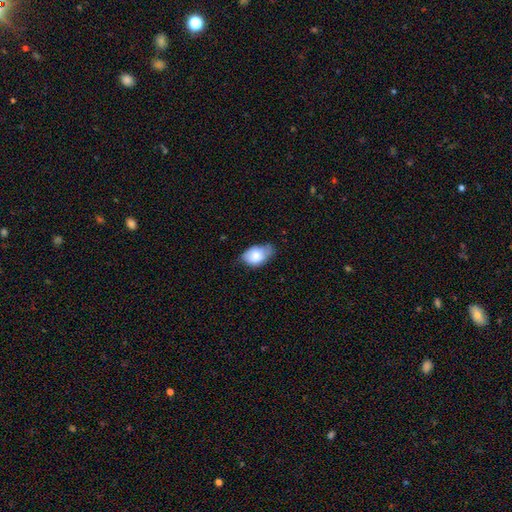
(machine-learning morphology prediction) The model was most divided on "merging": none: 45%, minor disturbance: 44%, major disturbance: 9%, merger: 2%. More confident: how rounded — in between (89%); smooth or featured — smooth (76%).